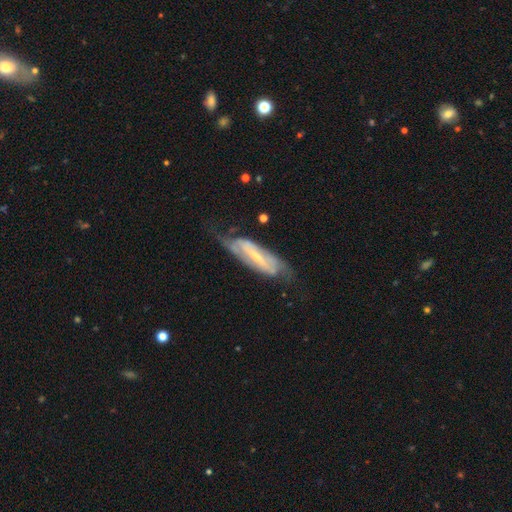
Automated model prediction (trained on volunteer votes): The model was most divided on "spiral winding": medium: 41%, tight: 38%, loose: 21%. More confident: spiral arms — yes (89%); edge-on disk — no (82%); smooth or featured — featured or disk (80%); spiral arm count — 2 (75%); bulge size — small (65%); merging — none (63%); bar — strong (57%).